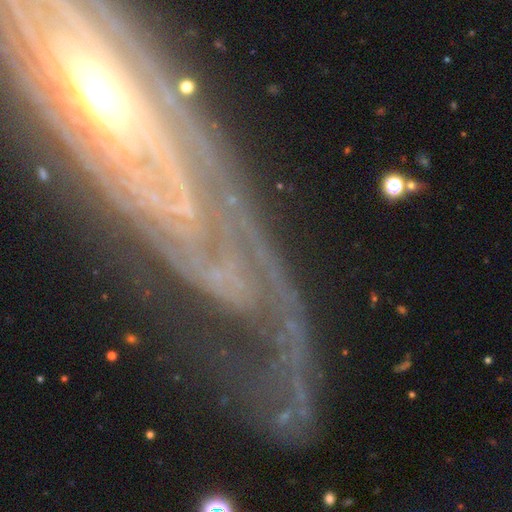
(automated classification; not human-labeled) Q: Smooth or featured?
A: featured or disk (80%); runner-up: star or artifact (11%)
Q: Edge-on disk?
A: no (82%); runner-up: yes (18%)
Q: Bar?
A: no (58%); runner-up: weak (22%)
Q: Spiral arms?
A: yes (89%); runner-up: no (11%)
Q: Spiral winding?
A: tight (61%); runner-up: medium (28%)
Q: Spiral arm count?
A: can't tell (32%); runner-up: 2 (30%)
Q: Bulge size?
A: moderate (49%); runner-up: small (31%)
Q: Merging?
A: none (66%); runner-up: minor disturbance (16%)